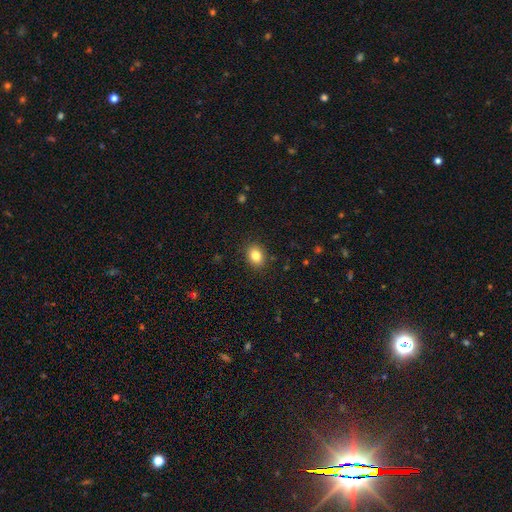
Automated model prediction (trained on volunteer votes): This is clearly a smooth galaxy (83%). How rounded: possibly in between (50%). Merging: clearly none (88%).